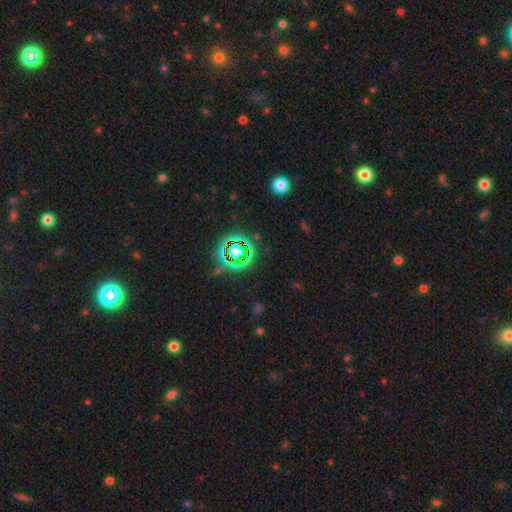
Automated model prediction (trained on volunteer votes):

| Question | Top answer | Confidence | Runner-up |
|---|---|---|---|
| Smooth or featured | star or artifact | 74% | smooth (17%) |